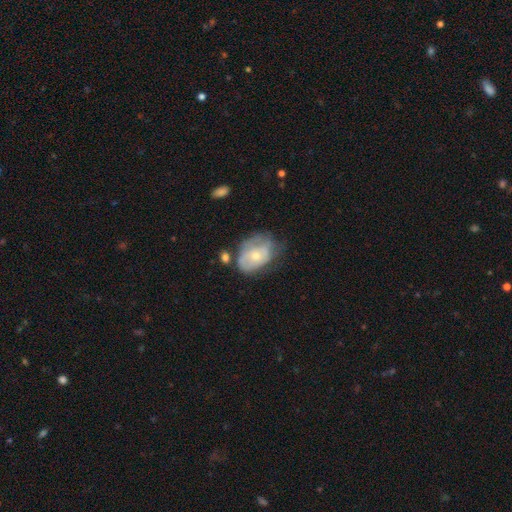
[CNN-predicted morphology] This appears to be a featured or disk galaxy (47%). Merging: none (37%).